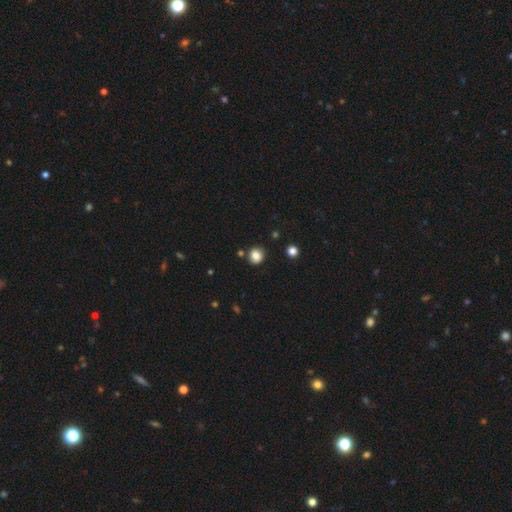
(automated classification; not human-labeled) This is clearly a smooth galaxy (84%). How rounded: likely round (80%). Merging: clearly none (84%).